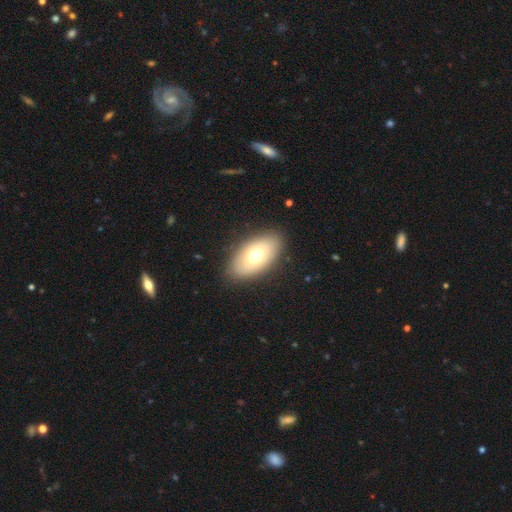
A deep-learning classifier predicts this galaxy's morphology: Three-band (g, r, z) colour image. It shows a smooth galaxy with no disk features (67%) that is in between round and cigar-shaped (93%). Merging: none (86%).